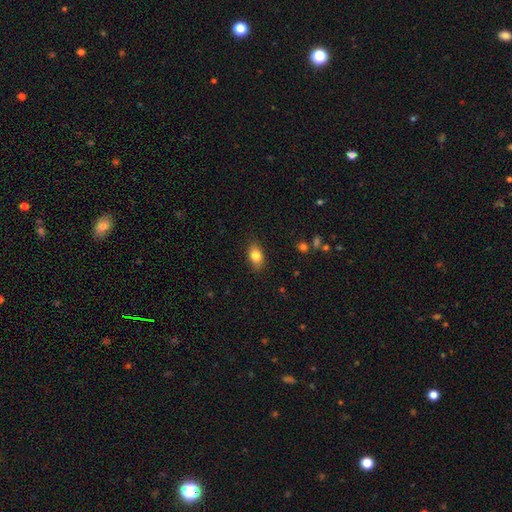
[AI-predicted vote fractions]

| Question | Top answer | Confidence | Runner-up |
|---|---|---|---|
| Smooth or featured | smooth | 81% | featured or disk (11%) |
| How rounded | in between | 85% | round (12%) |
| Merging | none | 85% | minor disturbance (11%) |